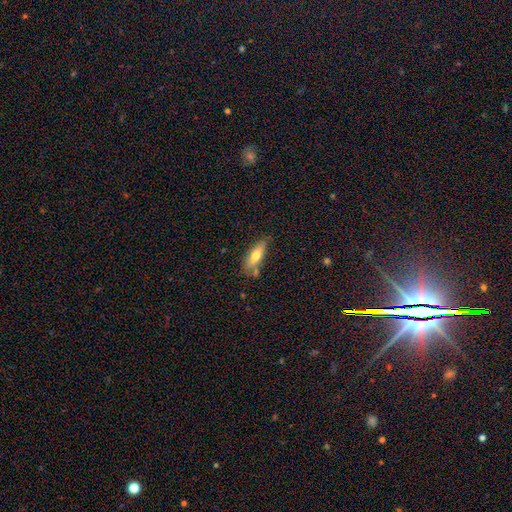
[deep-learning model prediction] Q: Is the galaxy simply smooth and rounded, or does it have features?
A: smooth — 68%.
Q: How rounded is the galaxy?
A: in between — 57%.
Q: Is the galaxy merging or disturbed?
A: none — 66%.